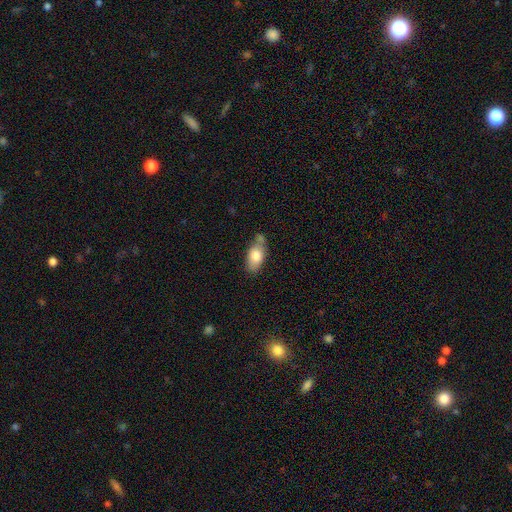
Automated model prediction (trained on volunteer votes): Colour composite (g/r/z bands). It shows a smooth galaxy with no disk features (77%) that is in between round and cigar-shaped (89%). Merging: none (54%).